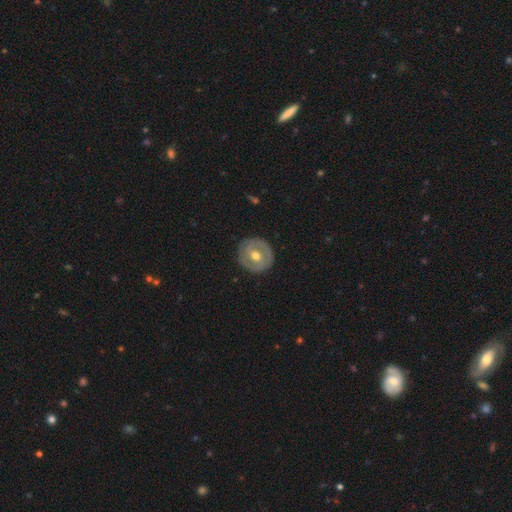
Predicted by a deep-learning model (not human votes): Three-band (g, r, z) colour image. It shows a featured or disk galaxy (60%) with no bar (48%), no spiral arms (55%) and a moderate central bulge (79%). Merging: none (86%).